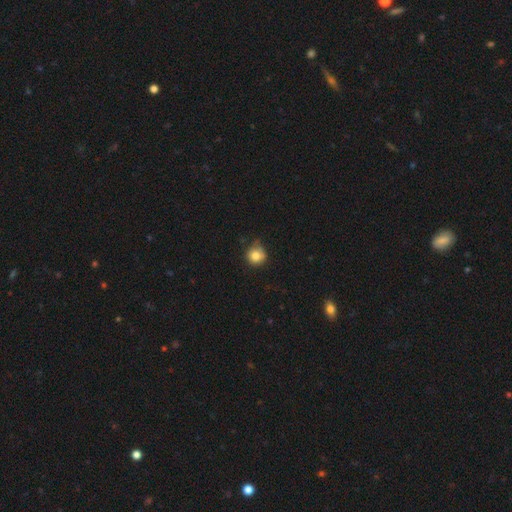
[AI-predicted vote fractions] smooth 81%, star or artifact 10%, featured or disk 9%. Down the decision tree: how rounded — round (88%); merging — none (59%).